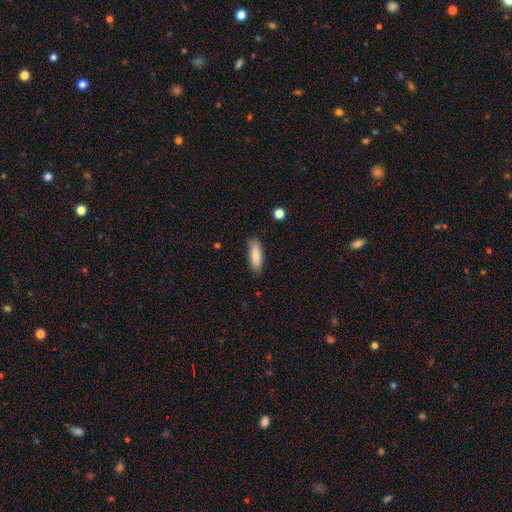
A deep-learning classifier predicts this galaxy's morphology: This appears to be a smooth galaxy with no disk features (84%) that is in between round and cigar-shaped (53%). Merging: none (84%).